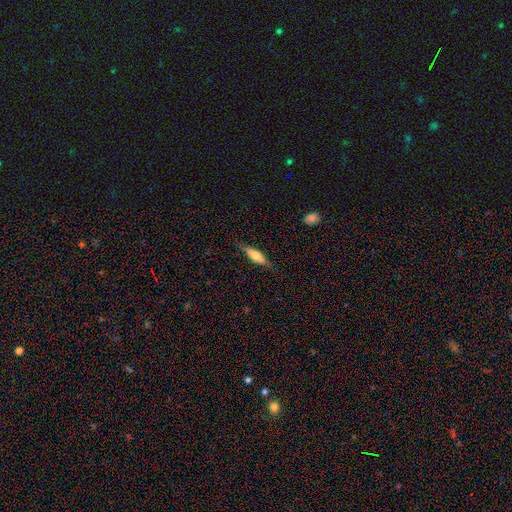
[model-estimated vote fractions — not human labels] Smooth or featured? smooth (55%)
How rounded? cigar-shaped (59%)
Merging? none (80%)